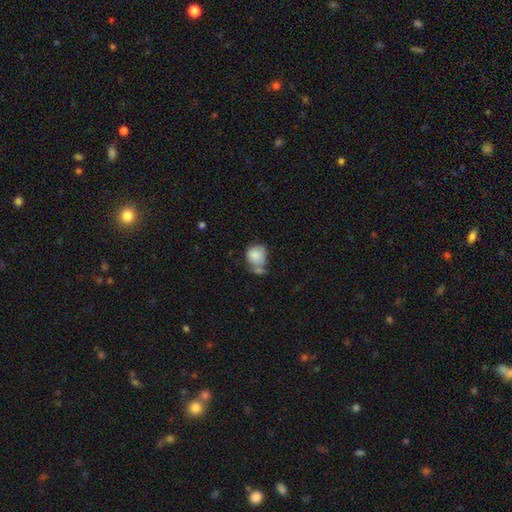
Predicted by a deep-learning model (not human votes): smooth_or_featured: smooth (p=0.81) [alt: featured or disk p=0.12]
how_rounded: round (p=0.76) [alt: in between p=0.23]
merging: none (p=0.38) [alt: merger p=0.29]